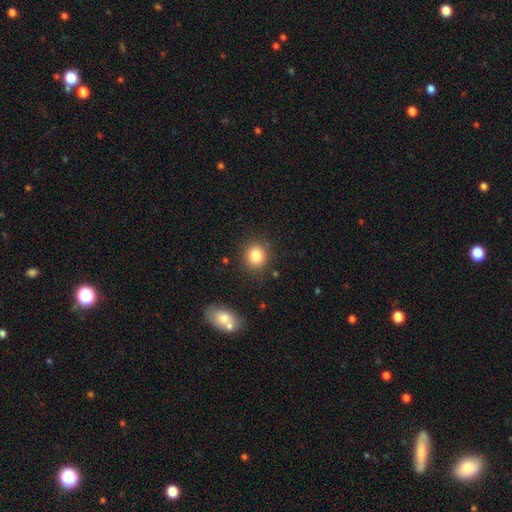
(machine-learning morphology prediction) Overall: smooth (83%). How rounded: round (85%). Merging: none (85%).